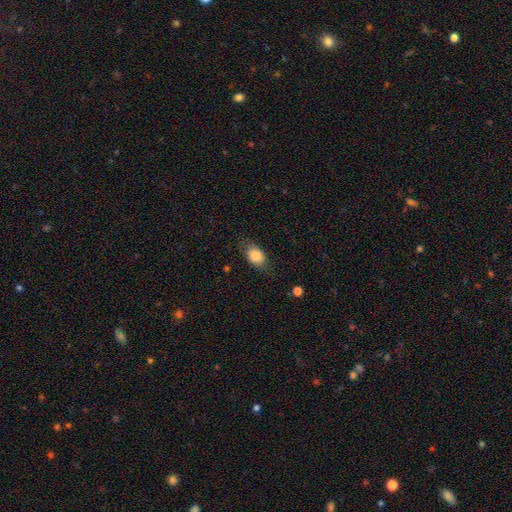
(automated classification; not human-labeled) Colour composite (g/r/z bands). It shows a smooth galaxy with no disk features (81%) that is in between round and cigar-shaped (75%). Merging: none (70%).